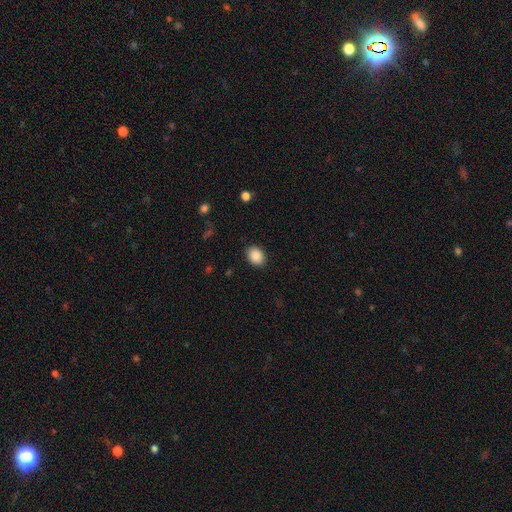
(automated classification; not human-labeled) smooth-or-featured: smooth: 89% | star or artifact: 8% | featured or disk: 3%
  how-rounded: in between: 63% | round: 36% | cigar-shaped: 1%
  merging: none: 89% | minor disturbance: 8% | major disturbance: 2% | merger: 1%